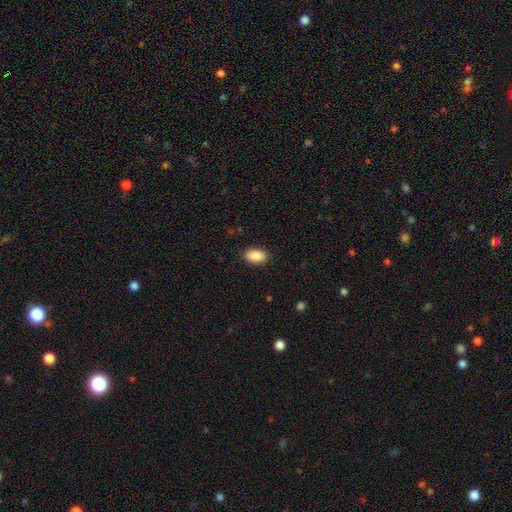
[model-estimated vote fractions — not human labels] Smooth or featured: smooth — 90% (star or artifact — 7%)
How rounded: in between — 93% (round — 6%)
Merging: none — 89% (minor disturbance — 8%)